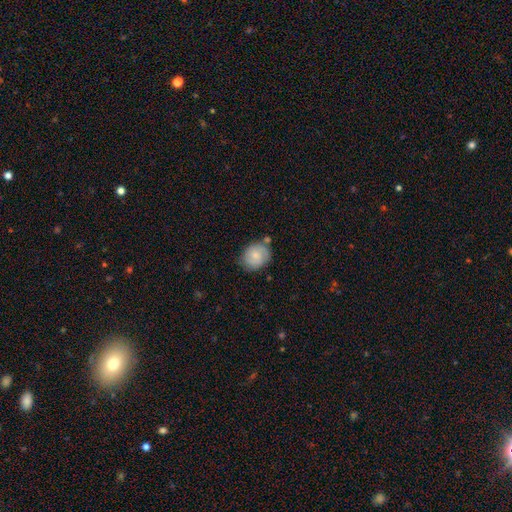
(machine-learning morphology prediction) Smooth or featured: smooth — 67% (featured or disk — 25%)
How rounded: round — 58% (in between — 41%)
Merging: none — 67% (minor disturbance — 21%)